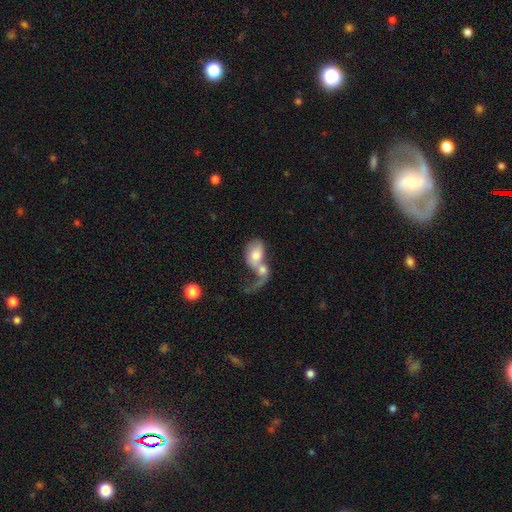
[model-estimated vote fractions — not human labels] This is likely a smooth galaxy (60%). How rounded: likely in between (73%). Merging: likely merger (70%).